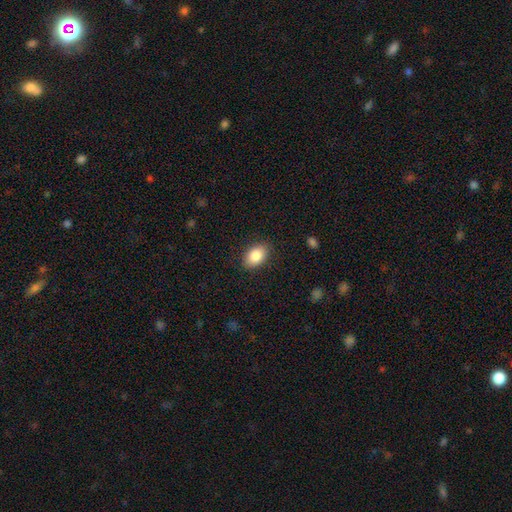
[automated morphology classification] A smooth galaxy with no disk features (86%) that is in between round and cigar-shaped (88%). Merging: none (86%).